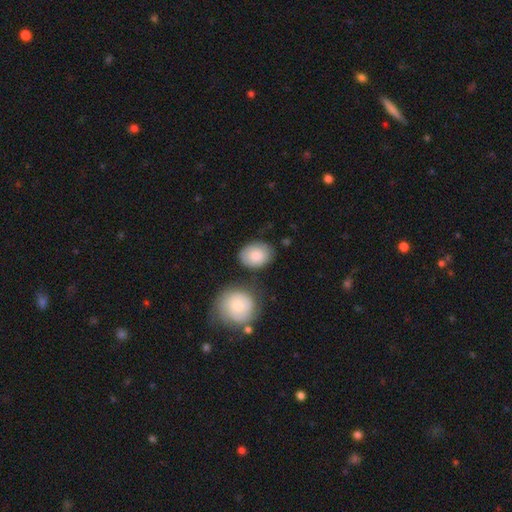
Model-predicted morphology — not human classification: Overall: smooth (85%). How rounded: in between (70%). Merging: none (72%).